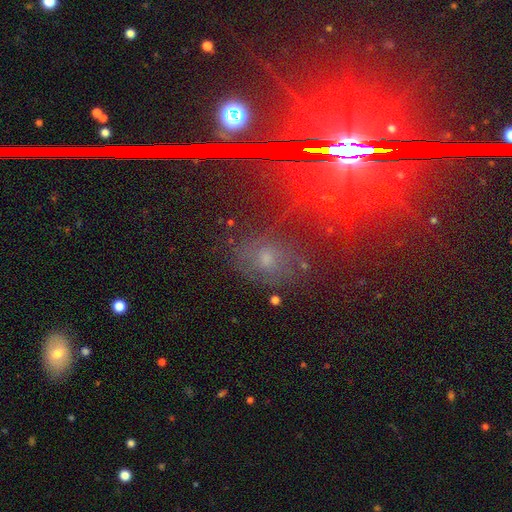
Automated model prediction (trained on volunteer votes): A star or artifact, not a galaxy (58%).